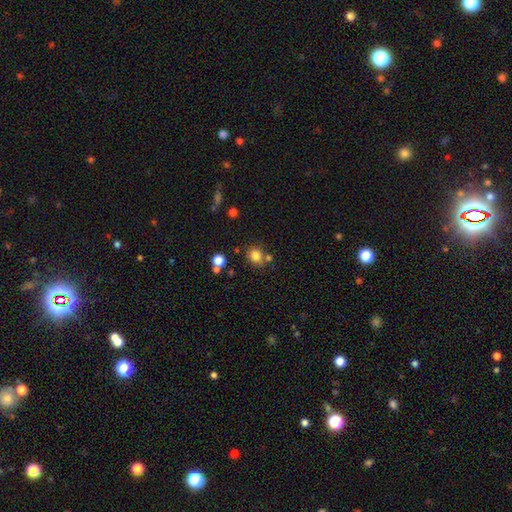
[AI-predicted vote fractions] The model was most divided on "how rounded": round: 76%, in between: 23%, cigar-shaped: 1%. More confident: smooth or featured — smooth (80%); merging — none (69%).